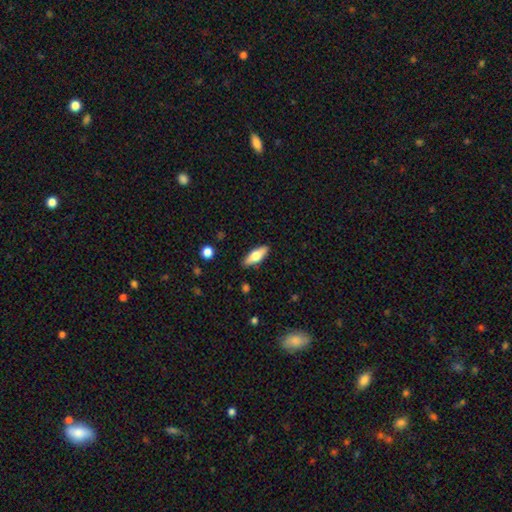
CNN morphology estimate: Smooth or featured? smooth (61%)
How rounded? in between (64%)
Merging? none (87%)